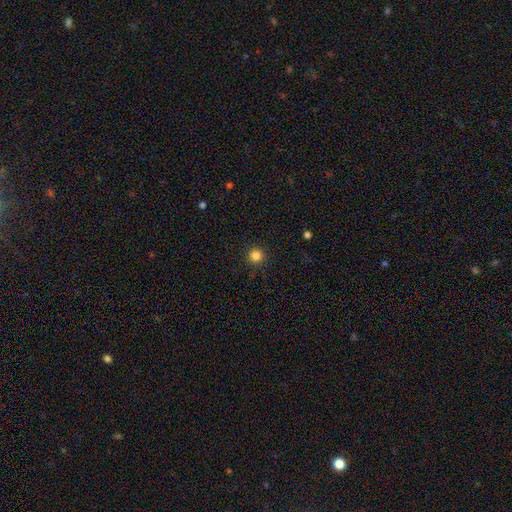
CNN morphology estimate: Smooth or featured: smooth — 83% (star or artifact — 13%)
How rounded: round — 96% (in between — 3%)
Merging: none — 92% (minor disturbance — 5%)